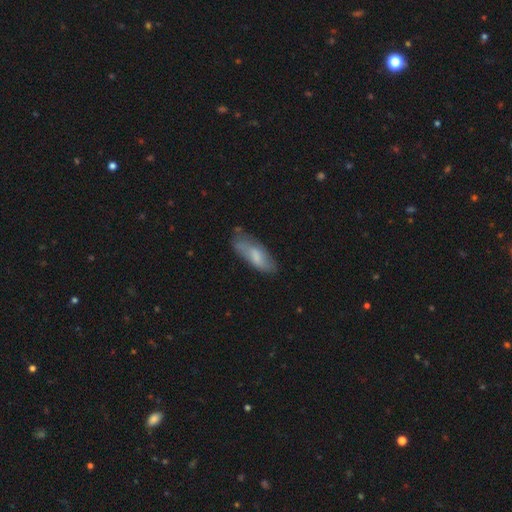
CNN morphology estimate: type=smooth (65%); roundness=in between (68%); merging=none (60%).